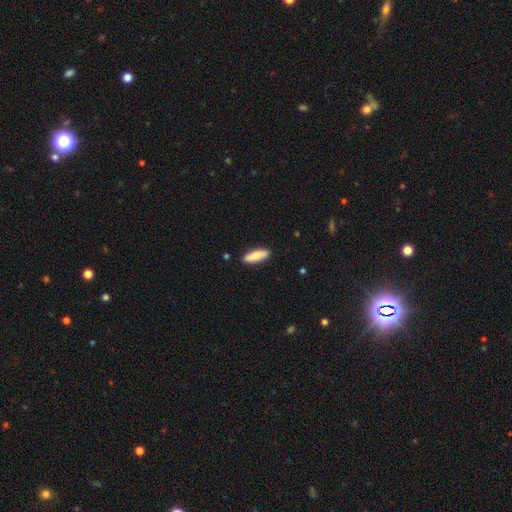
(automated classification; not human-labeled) smooth-or-featured: smooth: 83% | featured or disk: 12% | star or artifact: 5%
  how-rounded: cigar-shaped: 54% | in between: 44% | round: 2%
  merging: none: 89% | minor disturbance: 8% | major disturbance: 2% | merger: 1%